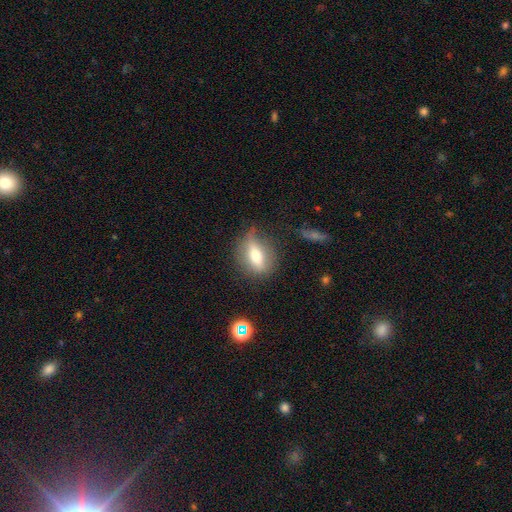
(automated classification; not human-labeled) A smooth galaxy with no disk features (57%) that is in between round and cigar-shaped (64%). Merging: none (67%).